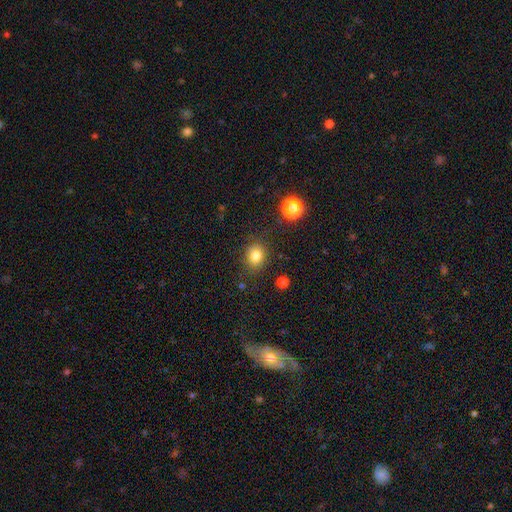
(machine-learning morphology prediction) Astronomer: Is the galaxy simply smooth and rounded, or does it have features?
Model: smooth — 81%.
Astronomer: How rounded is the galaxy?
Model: round — 63%.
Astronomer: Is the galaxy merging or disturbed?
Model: none — 82%.